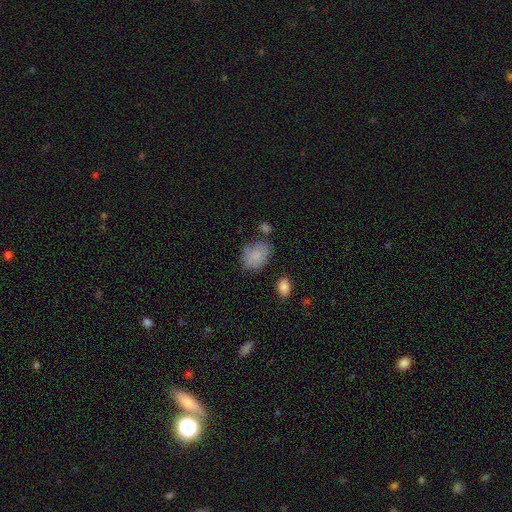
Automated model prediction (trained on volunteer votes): smooth_or_featured: smooth (p=0.81) [alt: featured or disk p=0.11]
how_rounded: in between (p=0.76) [alt: round p=0.23]
merging: none (p=0.58) [alt: minor disturbance p=0.26]